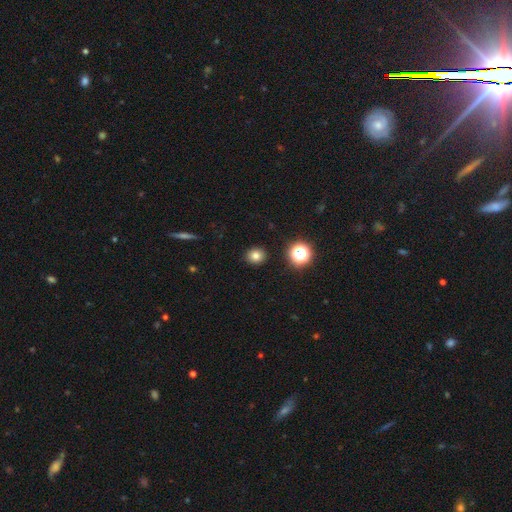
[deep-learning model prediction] Smooth or featured: smooth — 78% (star or artifact — 15%)
How rounded: round — 77% (in between — 23%)
Merging: none — 90% (minor disturbance — 6%)